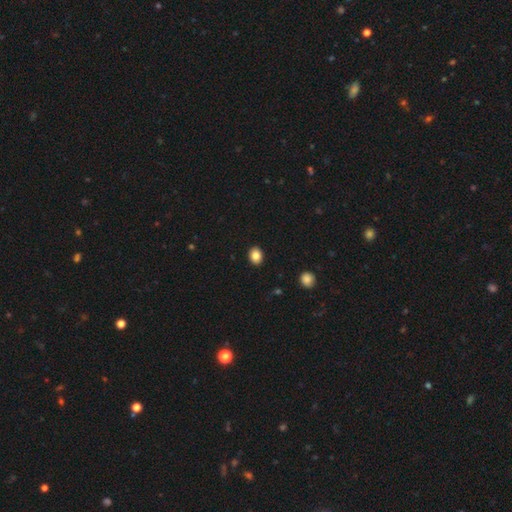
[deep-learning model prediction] smooth_or_featured: smooth (p=0.85) [alt: star or artifact p=0.09]
how_rounded: in between (p=0.55) [alt: round p=0.45]
merging: none (p=0.91) [alt: minor disturbance p=0.06]